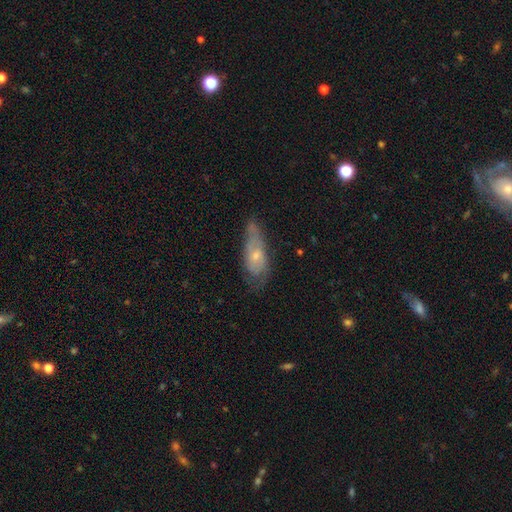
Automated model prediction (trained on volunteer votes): smooth-or-featured: featured or disk: 50% | smooth: 43% | star or artifact: 7%
  merging: none: 49% | minor disturbance: 32% | major disturbance: 15% | merger: 3%